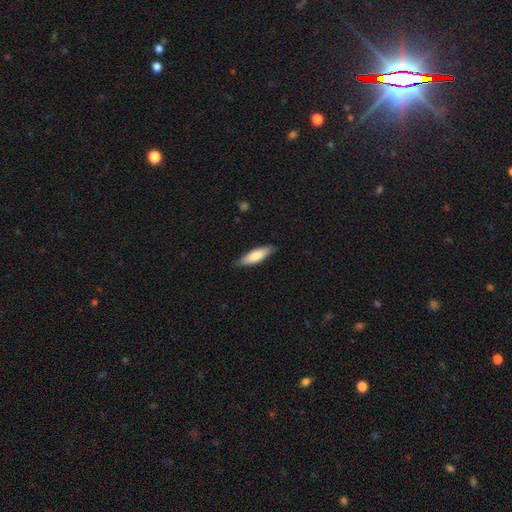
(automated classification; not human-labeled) smooth 77%, featured or disk 18%, star or artifact 5%. Down the decision tree: how rounded — cigar-shaped (51%); merging — none (83%).